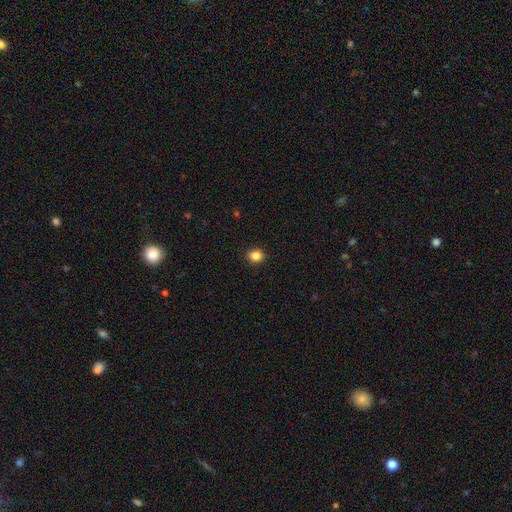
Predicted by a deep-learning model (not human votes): Q: Smooth or featured?
A: smooth (84%); runner-up: star or artifact (11%)
Q: How rounded?
A: round (69%); runner-up: in between (30%)
Q: Merging?
A: none (90%); runner-up: minor disturbance (7%)